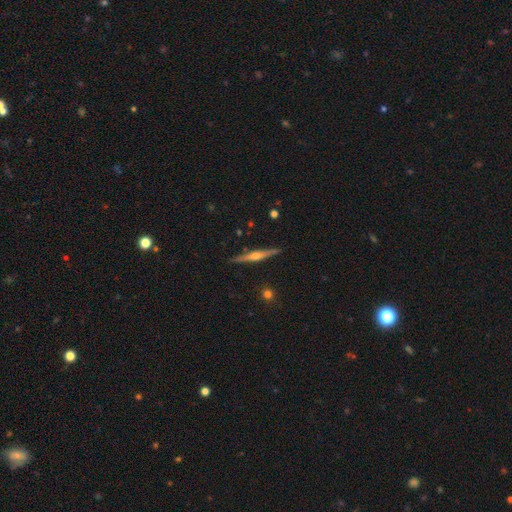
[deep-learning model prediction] Smooth or featured? Predicted: featured or disk (p=0.77). Edge-on disk? Predicted: yes (p=0.98). Edge-on bulge? Predicted: rounded (p=0.89). Merging? Predicted: none (p=0.91).